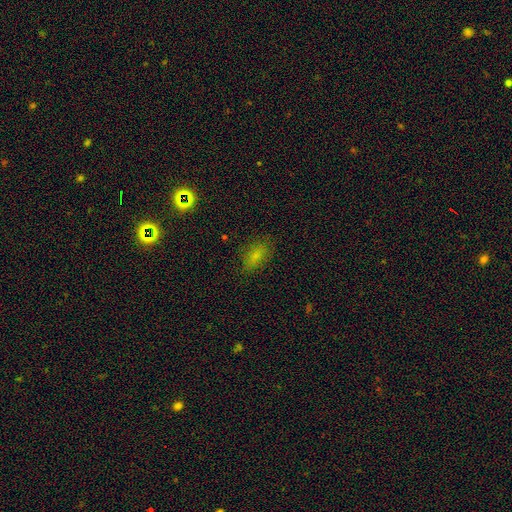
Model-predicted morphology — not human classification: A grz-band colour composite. It shows a smooth galaxy with no disk features (76%) that is in between round and cigar-shaped (85%). Merging: none (80%).